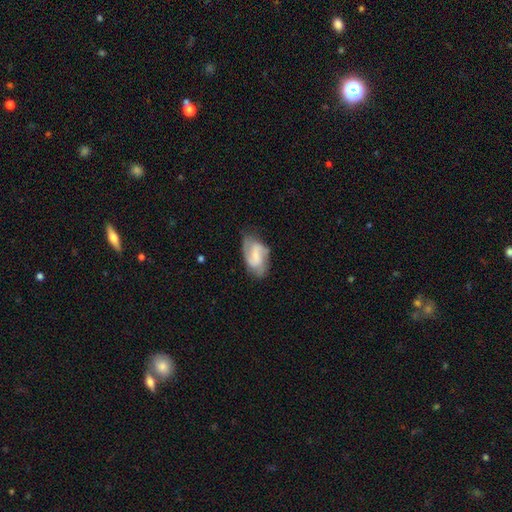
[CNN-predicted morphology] A featured or disk galaxy (69%) with a weak bar (50%), 2 (72%) medium (49%) spiral arms (91%) and a small central bulge (48%). Merging: none (62%).